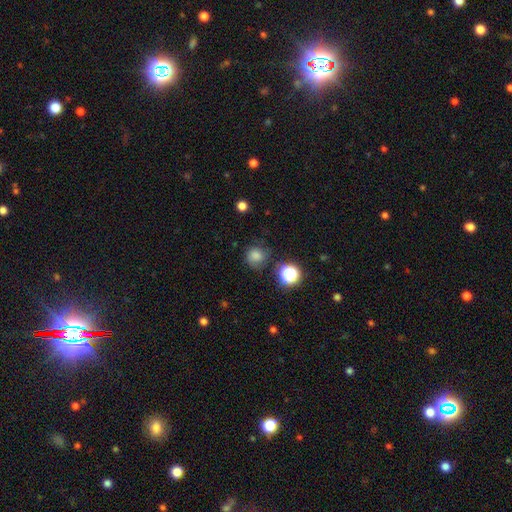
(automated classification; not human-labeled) Smooth or featured? smooth (76%)
How rounded? round (85%)
Merging? none (68%)